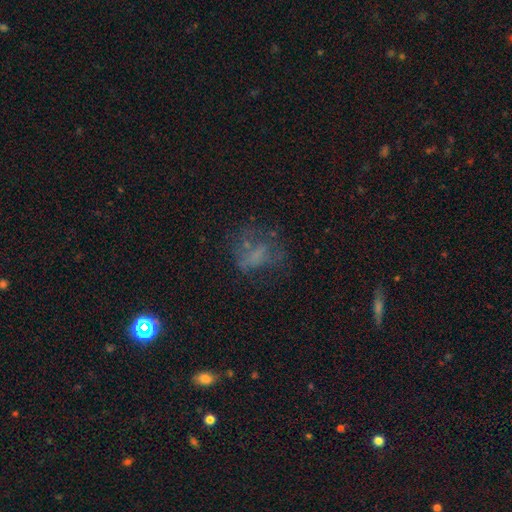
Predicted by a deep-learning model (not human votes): smooth_or_featured: featured or disk (p=0.39) [alt: smooth p=0.36]
merging: none (p=0.46) [alt: major disturbance p=0.31]